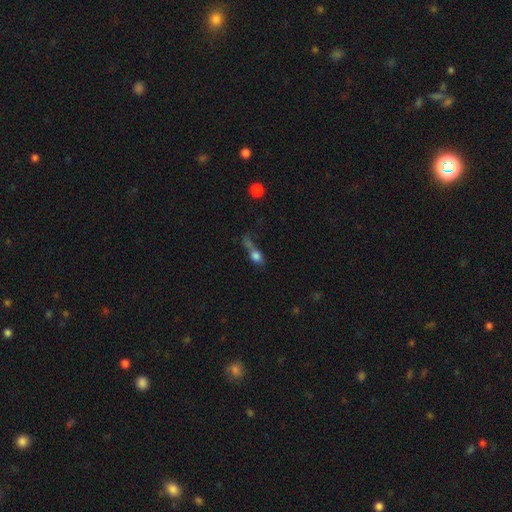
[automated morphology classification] smooth-or-featured: smooth: 70% | featured or disk: 16% | star or artifact: 14%
  how-rounded: in between: 53% | round: 34% | cigar-shaped: 12%
  merging: merger: 39% | none: 25% | major disturbance: 22% | minor disturbance: 15%